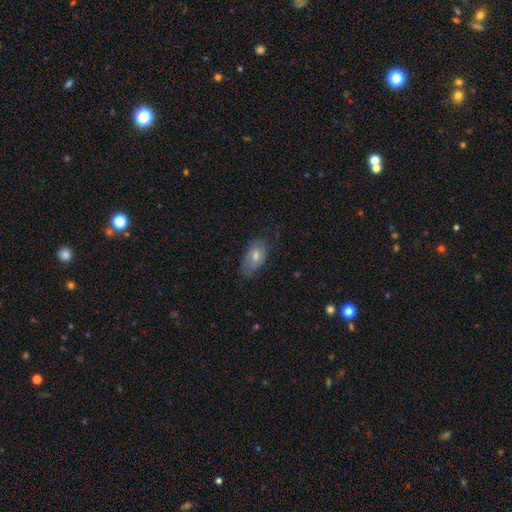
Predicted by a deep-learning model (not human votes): Smooth or featured?
  - smooth: 54% *
  - featured or disk: 36%
  - star or artifact: 10%
How rounded?
  - in between: 89% *
  - round: 7%
  - cigar-shaped: 4%
Merging?
  - none: 63% *
  - minor disturbance: 26%
  - major disturbance: 9%
  - merger: 1%